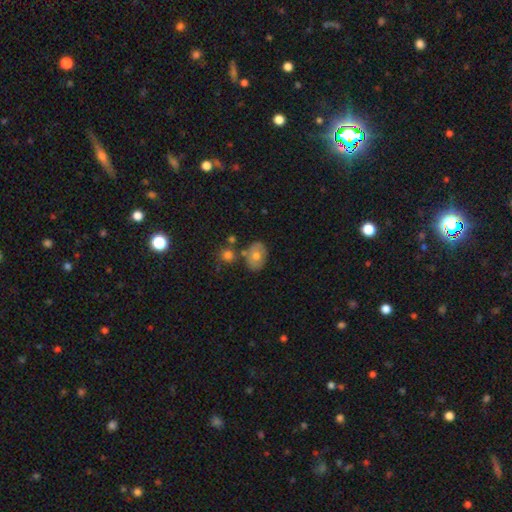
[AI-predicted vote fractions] Smooth or featured? smooth (62%)
How rounded? in between (68%)
Merging? none (68%)